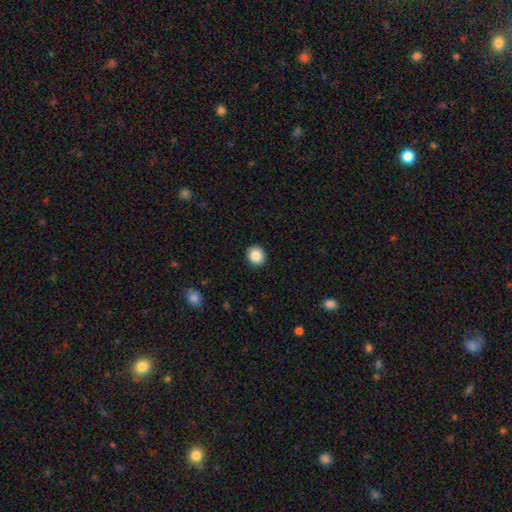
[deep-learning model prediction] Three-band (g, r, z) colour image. It shows a smooth galaxy with no disk features (87%) that is round (84%). Merging: none (92%).